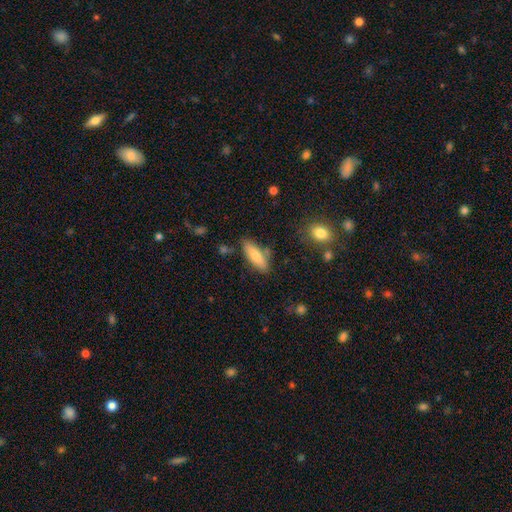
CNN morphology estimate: smooth-or-featured: smooth: 74% | featured or disk: 19% | star or artifact: 7%
  how-rounded: in between: 56% | cigar-shaped: 41% | round: 2%
  merging: none: 76% | minor disturbance: 15% | merger: 6% | major disturbance: 3%